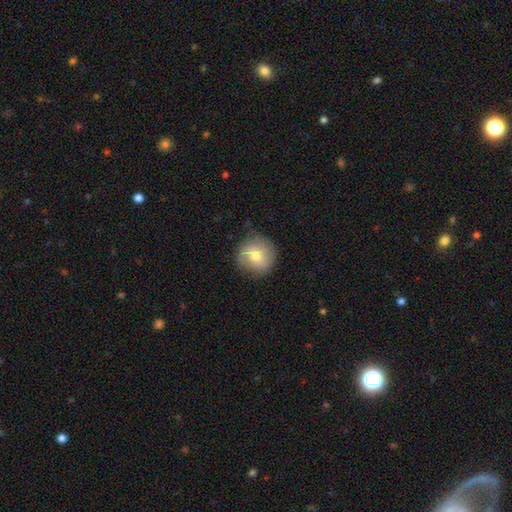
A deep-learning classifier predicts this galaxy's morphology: Overall: smooth (54%; featured or disk 38%). How rounded: round (91%). Merging: none (75%).